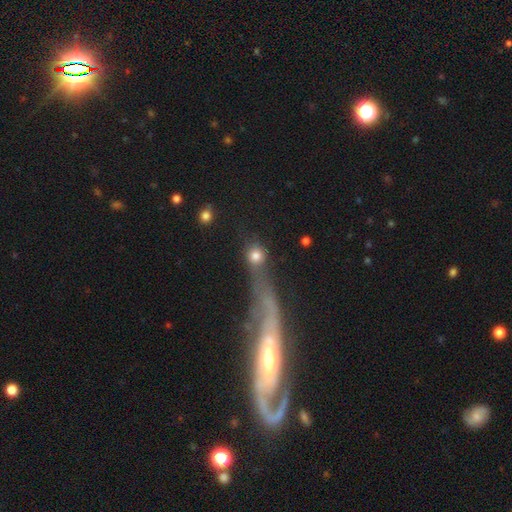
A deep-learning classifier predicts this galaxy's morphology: A smooth galaxy with no disk features (74%) that is round (81%). Merging: none (45%).